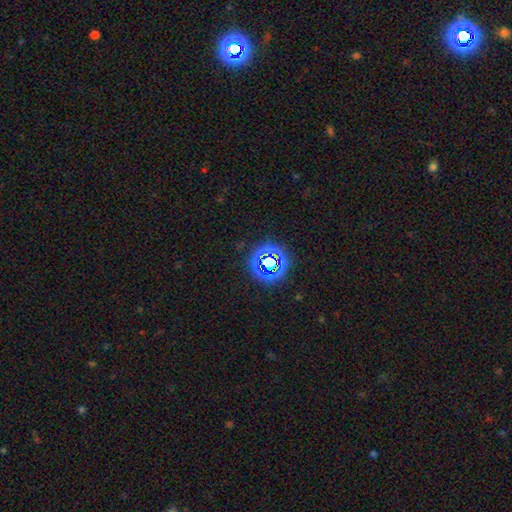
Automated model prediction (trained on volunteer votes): smooth_or_featured: star or artifact (p=0.68) [alt: smooth p=0.25]